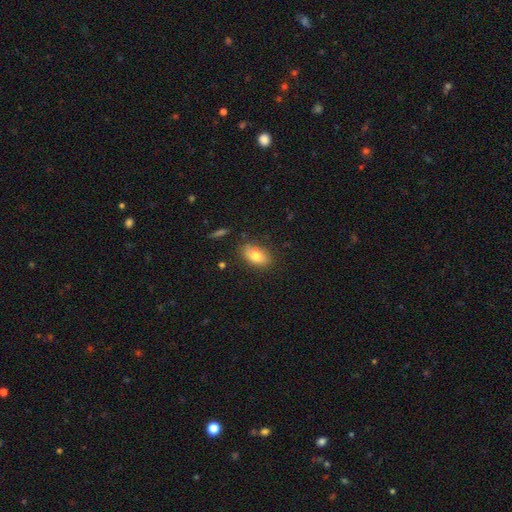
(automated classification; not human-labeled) Smooth or featured: smooth — 78% (featured or disk — 14%)
How rounded: in between — 89% (round — 7%)
Merging: none — 79% (minor disturbance — 15%)